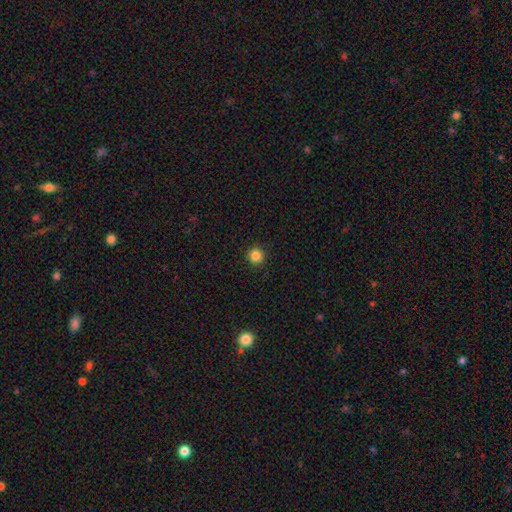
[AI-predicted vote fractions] Smooth or featured?
  - smooth: 84% *
  - star or artifact: 12%
  - featured or disk: 4%
How rounded?
  - round: 95% *
  - in between: 4%
  - cigar-shaped: 1%
Merging?
  - none: 93% *
  - minor disturbance: 5%
  - major disturbance: 2%
  - merger: 1%